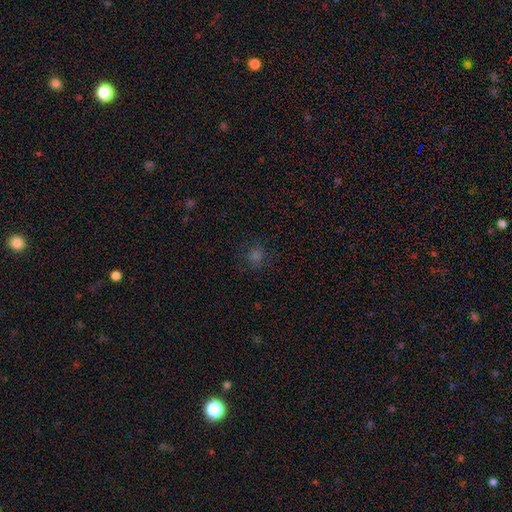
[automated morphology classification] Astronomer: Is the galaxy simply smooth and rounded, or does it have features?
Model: smooth — 55% (runner-up: star or artifact, 32%).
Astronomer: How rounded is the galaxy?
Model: round — 87%.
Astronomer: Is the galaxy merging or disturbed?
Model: none — 81%.